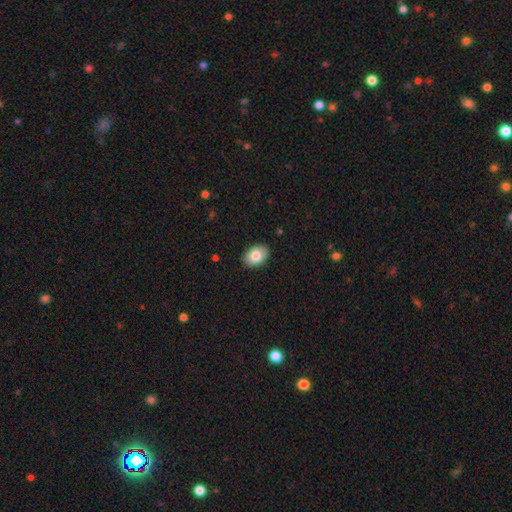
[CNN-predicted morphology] smooth 79%, featured or disk 14%, star or artifact 7%. Down the decision tree: how rounded — in between (79%); merging — none (89%).